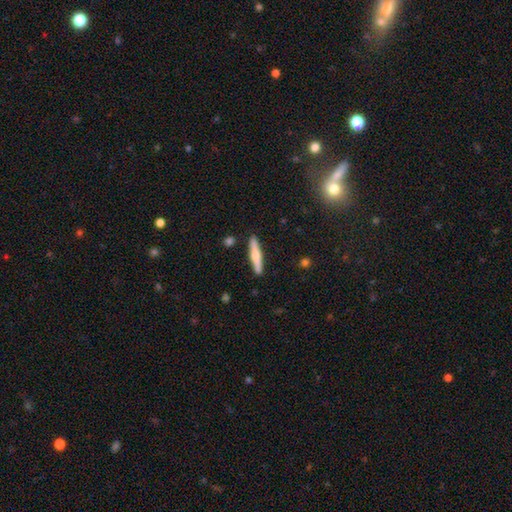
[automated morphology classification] Smooth or featured? smooth (55%)
How rounded? cigar-shaped (90%)
Merging? none (89%)